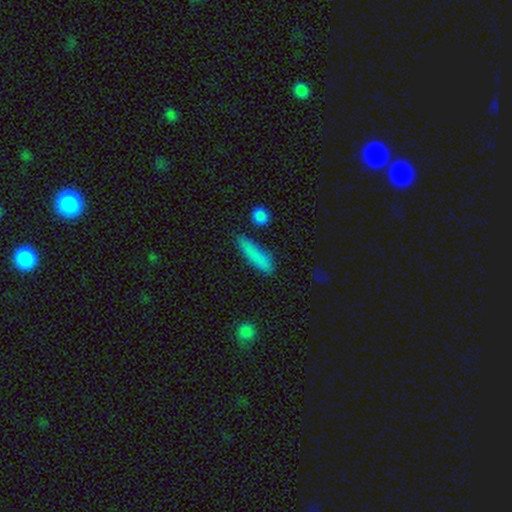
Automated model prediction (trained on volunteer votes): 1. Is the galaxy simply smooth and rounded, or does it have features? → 81% smooth, 10% featured or disk, 9% star or artifact.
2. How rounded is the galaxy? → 79% cigar-shaped, 19% in between, 3% round.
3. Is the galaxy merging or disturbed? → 74% none, 17% minor disturbance, 5% merger, 4% major disturbance.